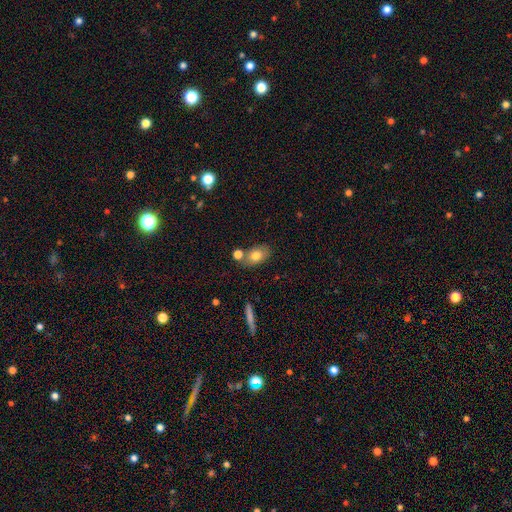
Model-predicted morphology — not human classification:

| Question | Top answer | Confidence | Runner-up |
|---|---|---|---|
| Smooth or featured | smooth | 76% | featured or disk (16%) |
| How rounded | in between | 85% | round (12%) |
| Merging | none | 64% | merger (19%) |